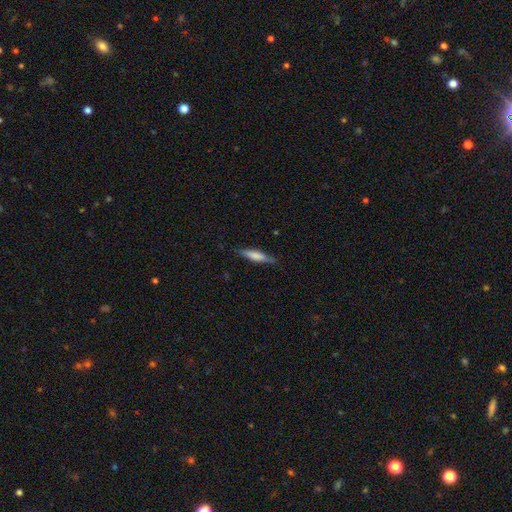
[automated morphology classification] smooth 71%, featured or disk 23%, star or artifact 6%. Down the decision tree: how rounded — cigar-shaped (76%); merging — none (79%).